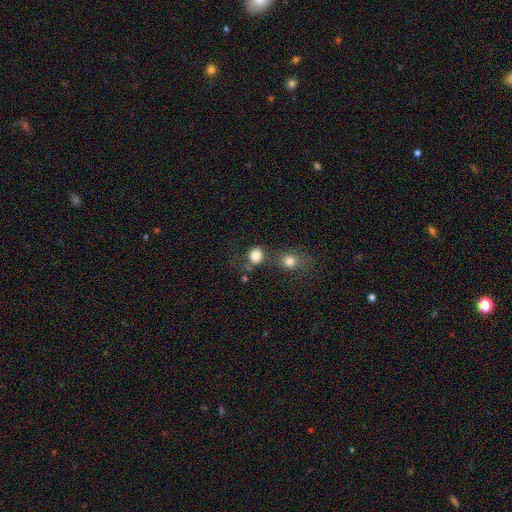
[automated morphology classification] This appears to be a smooth galaxy with no disk features (83%) that is round (79%). Merging: none (53%).